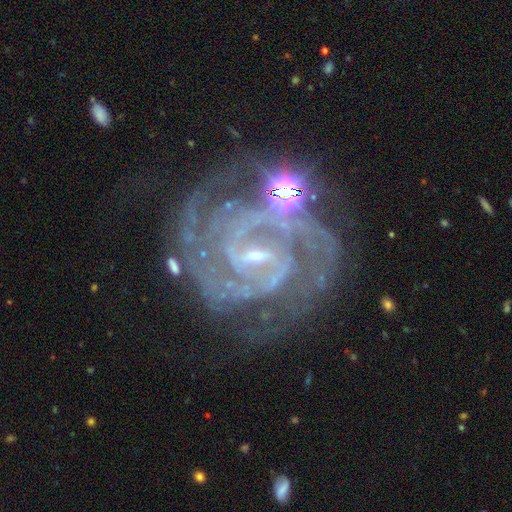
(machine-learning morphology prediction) smooth_or_featured: featured or disk (p=0.91) [alt: star or artifact p=0.06]
disk_edge_on: no (p=0.98) [alt: yes p=0.02]
bar: weak (p=0.42) [alt: strong p=0.31]
has_spiral_arms: yes (p=0.99) [alt: no p=0.01]
spiral_winding: tight (p=0.72) [alt: medium p=0.25]
spiral_arm_count: 2 (p=0.49) [alt: 3 p=0.21]
bulge_size: small (p=0.80) [alt: moderate p=0.13]
merging: none (p=0.66) [alt: minor disturbance p=0.17]